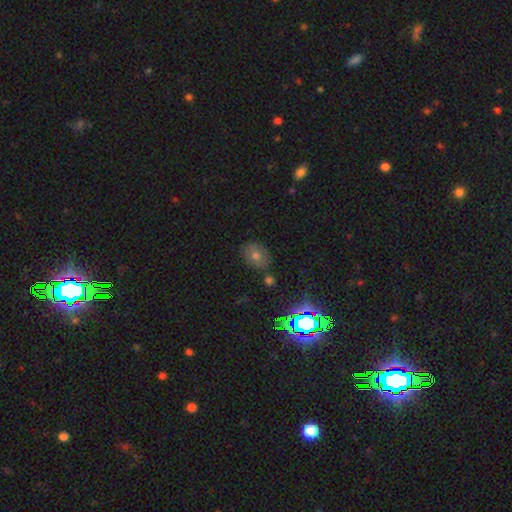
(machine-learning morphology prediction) Overall: smooth (50%; star or artifact 32%). Merging: none (78%).